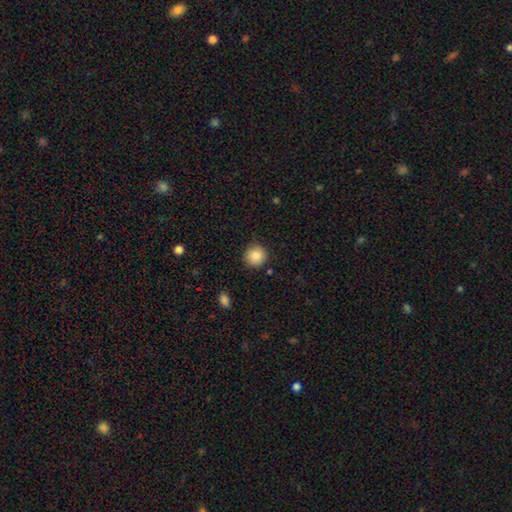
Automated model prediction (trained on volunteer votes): Smooth or featured? Predicted: smooth (p=0.85). How rounded? Predicted: round (p=0.94). Merging? Predicted: none (p=0.89).